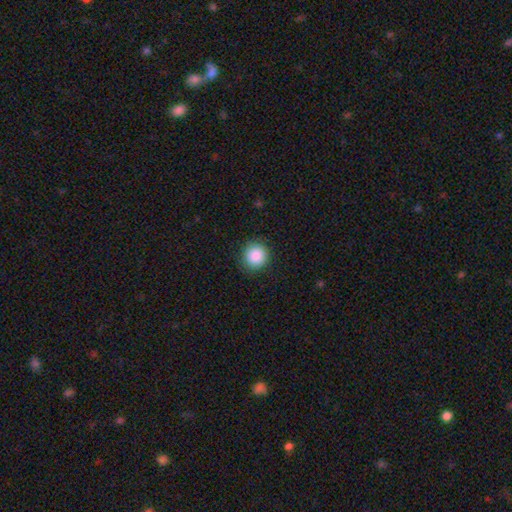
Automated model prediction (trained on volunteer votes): smooth 88%, star or artifact 8%, featured or disk 3%. Down the decision tree: how rounded — round (94%); merging — none (90%).